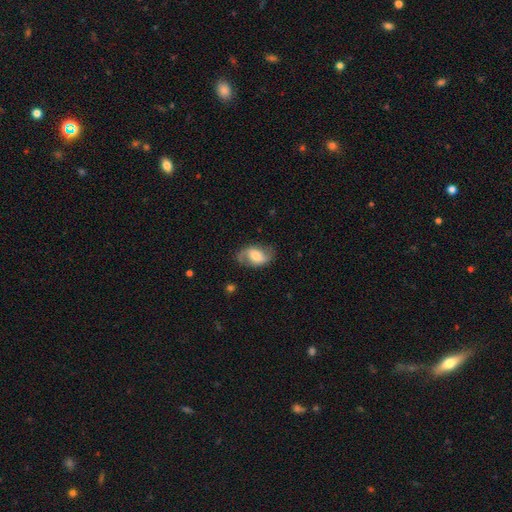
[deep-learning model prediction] Q: Smooth or featured?
A: featured or disk (63%); runner-up: smooth (30%)
Q: Edge-on disk?
A: no (96%); runner-up: yes (4%)
Q: Bar?
A: no (43%); runner-up: weak (40%)
Q: Spiral arms?
A: yes (87%); runner-up: no (13%)
Q: Spiral winding?
A: loose (45%); runner-up: medium (40%)
Q: Spiral arm count?
A: 2 (82%); runner-up: 1 (9%)
Q: Bulge size?
A: moderate (56%); runner-up: small (26%)
Q: Merging?
A: none (71%); runner-up: minor disturbance (19%)